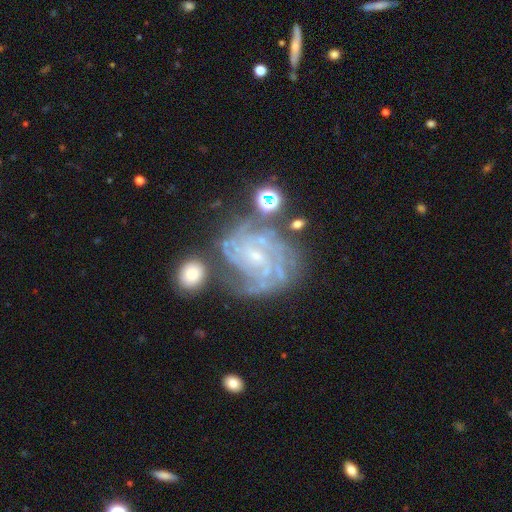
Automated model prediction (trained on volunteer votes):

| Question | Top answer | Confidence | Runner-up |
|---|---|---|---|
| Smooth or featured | featured or disk | 86% | star or artifact (8%) |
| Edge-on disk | no | 98% | yes (2%) |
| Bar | no | 61% | weak (31%) |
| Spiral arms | yes | 96% | no (4%) |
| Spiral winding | tight | 67% | medium (27%) |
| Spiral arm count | can't tell | 29% | 4 (24%) |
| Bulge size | small | 80% | moderate (12%) |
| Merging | none | 60% | minor disturbance (19%) |